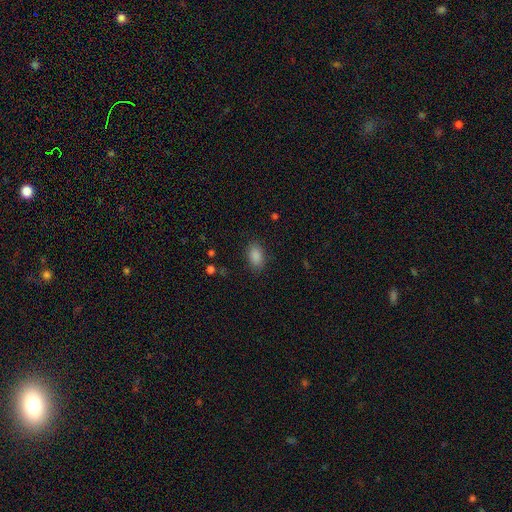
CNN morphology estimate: Smooth or featured? smooth (88%)
How rounded? in between (90%)
Merging? none (85%)